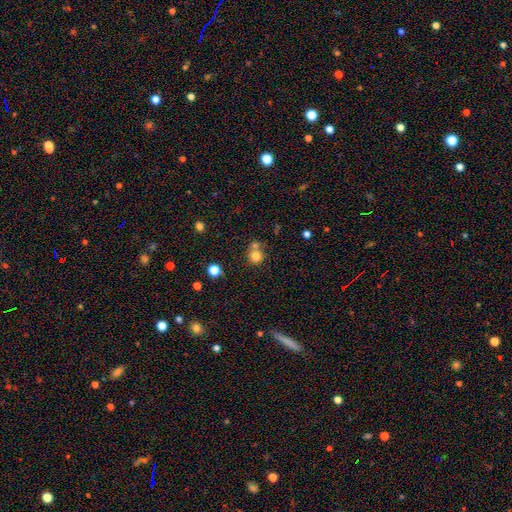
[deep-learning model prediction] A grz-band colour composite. It shows a smooth galaxy with no disk features (79%) that is round (88%). Merging: none (53%).